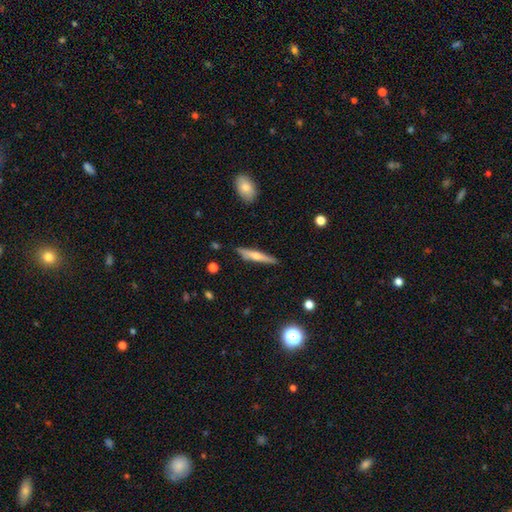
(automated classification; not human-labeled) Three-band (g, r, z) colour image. It shows a featured or disk galaxy (51%) viewed edge-on (95%). Merging: none (87%).